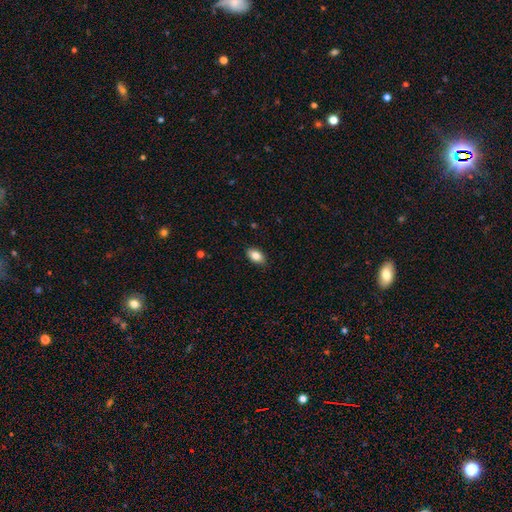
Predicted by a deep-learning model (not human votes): This appears to be a smooth galaxy with no disk features (85%) that is in between round and cigar-shaped (91%). Merging: none (88%).